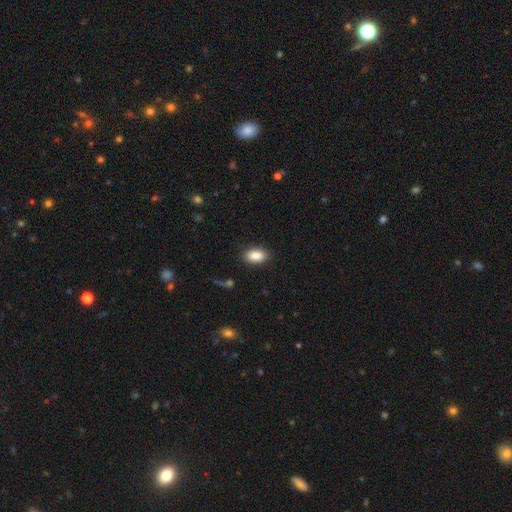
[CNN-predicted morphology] The model was most divided on "merging": none: 86%, minor disturbance: 10%, major disturbance: 3%, merger: 2%. More confident: how rounded — in between (92%); smooth or featured — smooth (88%).